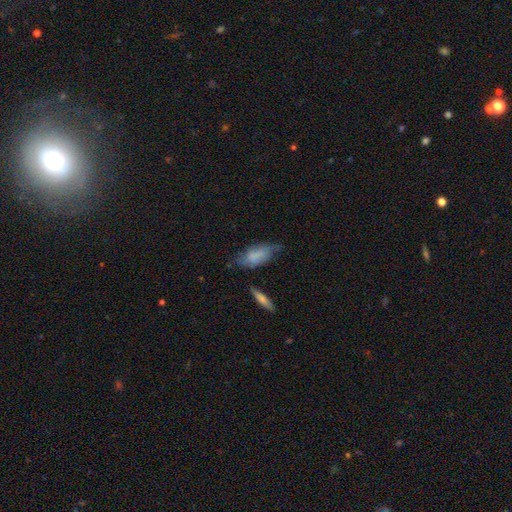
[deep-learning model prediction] smooth 69%, featured or disk 23%, star or artifact 8%. Down the decision tree: how rounded — in between (82%); merging — none (47%).